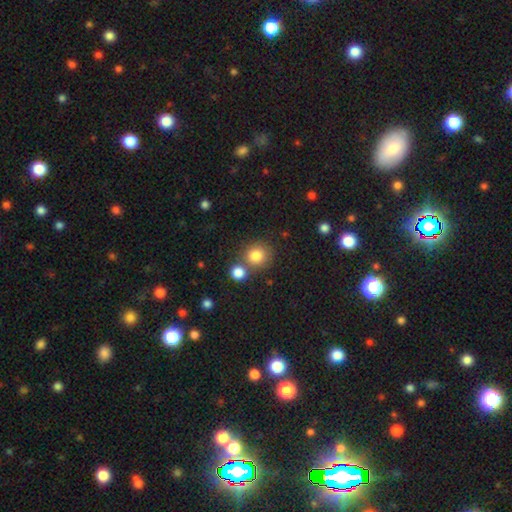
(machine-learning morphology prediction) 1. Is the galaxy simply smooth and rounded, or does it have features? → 82% smooth, 11% star or artifact, 7% featured or disk.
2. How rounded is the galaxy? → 89% round, 10% in between, 1% cigar-shaped.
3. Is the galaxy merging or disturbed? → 67% none, 22% merger, 8% minor disturbance, 3% major disturbance.